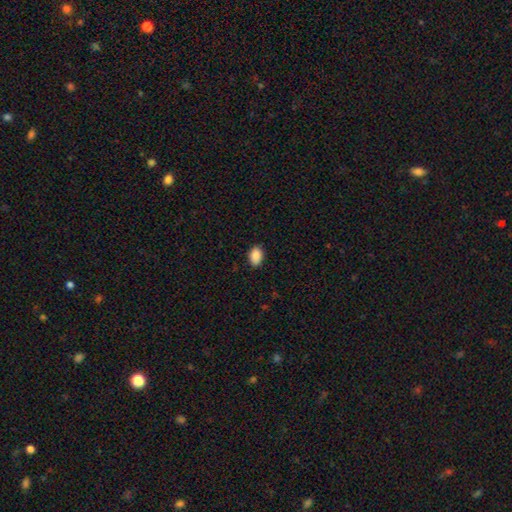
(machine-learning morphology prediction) Q: Smooth or featured?
A: smooth (90%); runner-up: star or artifact (7%)
Q: How rounded?
A: in between (85%); runner-up: round (13%)
Q: Merging?
A: none (86%); runner-up: minor disturbance (11%)